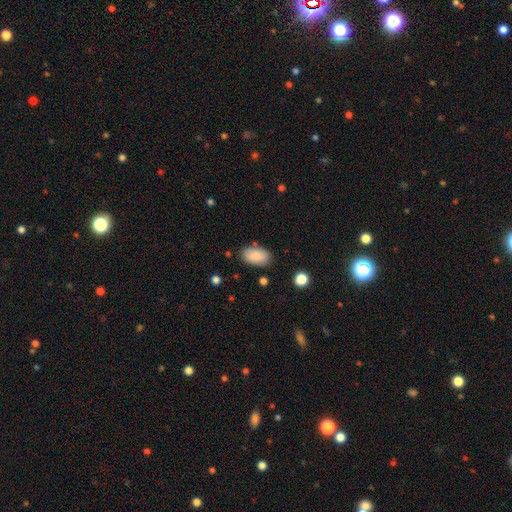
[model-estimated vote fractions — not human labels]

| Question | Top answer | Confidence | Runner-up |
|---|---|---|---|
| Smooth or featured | smooth | 86% | featured or disk (7%) |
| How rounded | in between | 93% | round (5%) |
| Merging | none | 81% | minor disturbance (13%) |